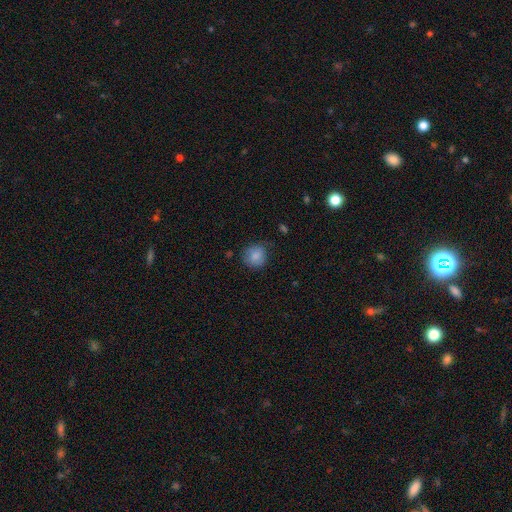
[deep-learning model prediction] smooth-or-featured: smooth: 83% | star or artifact: 8% | featured or disk: 8%
  how-rounded: round: 84% | in between: 15% | cigar-shaped: 1%
  merging: none: 73% | minor disturbance: 21% | major disturbance: 5% | merger: 2%